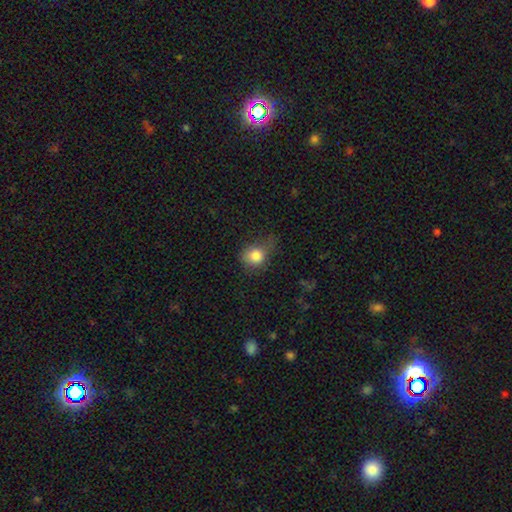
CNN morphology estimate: The model was most divided on "merging": none: 44%, minor disturbance: 35%, major disturbance: 19%, merger: 2%. More confident: smooth or featured — smooth (82%); how rounded — round (71%).